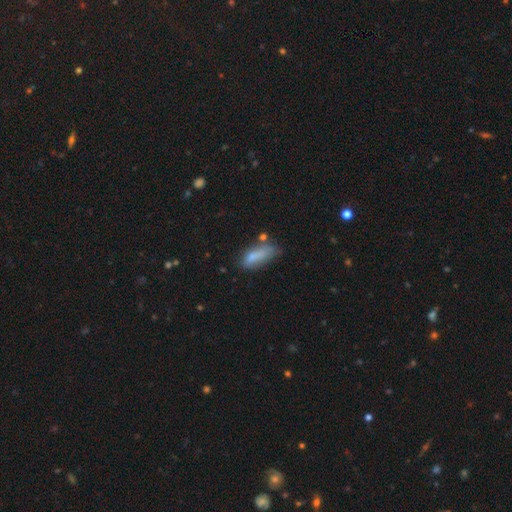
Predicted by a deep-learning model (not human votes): smooth_or_featured: smooth (p=0.76) [alt: featured or disk p=0.16]
how_rounded: in between (p=0.65) [alt: cigar-shaped p=0.32]
merging: none (p=0.48) [alt: minor disturbance p=0.32]